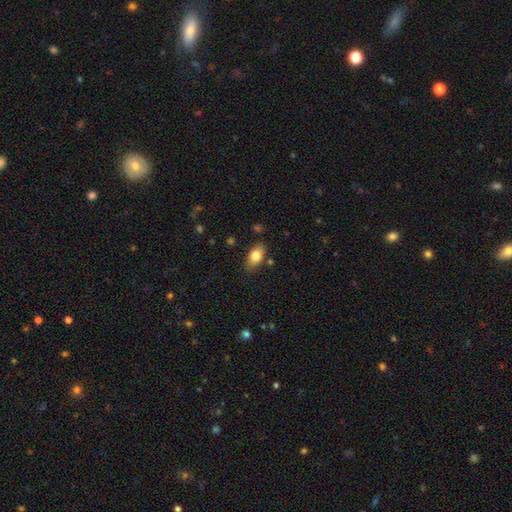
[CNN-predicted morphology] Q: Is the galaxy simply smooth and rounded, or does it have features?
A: smooth — 82%.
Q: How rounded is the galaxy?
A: in between — 89%.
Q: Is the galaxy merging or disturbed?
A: none — 82%.